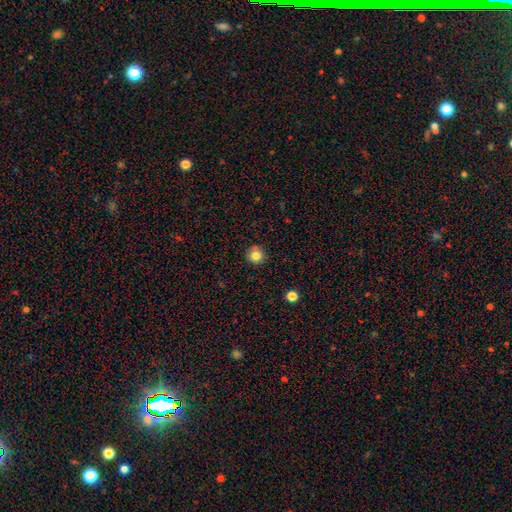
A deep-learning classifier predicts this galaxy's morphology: type=smooth (81%); roundness=round (93%); merging=none (86%).